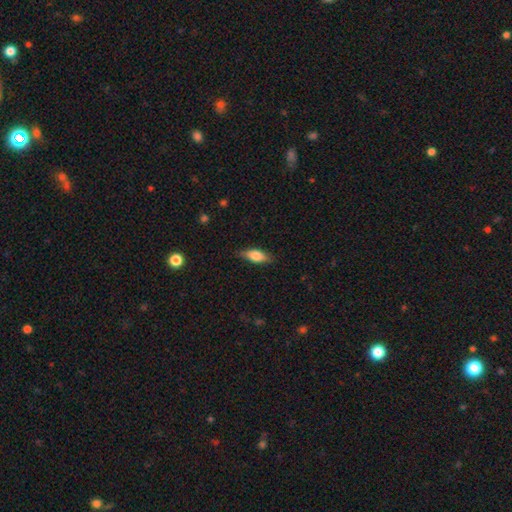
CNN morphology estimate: A smooth galaxy with no disk features (73%) that is in between round and cigar-shaped (74%).

Vote fractions:
- Smooth or featured? smooth: 73% / featured or disk: 20% / star or artifact: 7%
- How rounded? in between: 74% / cigar-shaped: 23% / round: 3%
- Merging? none: 81% / minor disturbance: 15% / major disturbance: 3% / merger: 1%